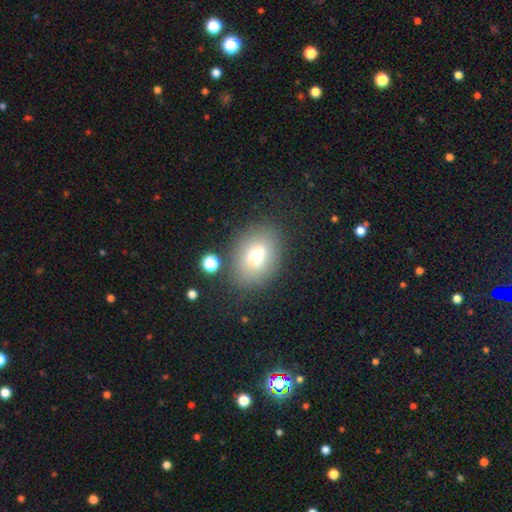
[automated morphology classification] Smooth or featured: smooth — 70% (featured or disk — 18%)
How rounded: in between — 76% (round — 22%)
Merging: none — 75% (minor disturbance — 13%)